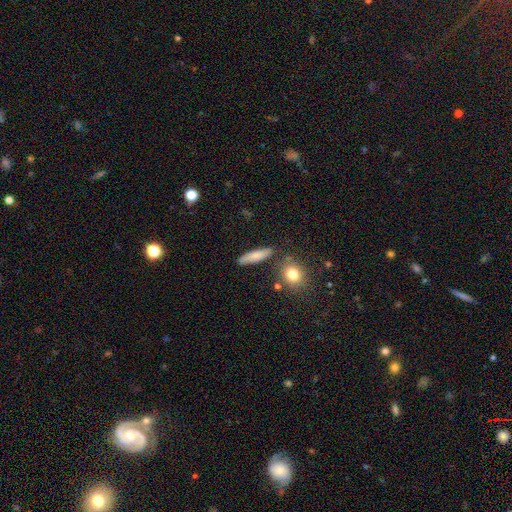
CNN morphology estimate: Overall: smooth (77%). How rounded: cigar-shaped (67%; in between 30%). Merging: none (82%).